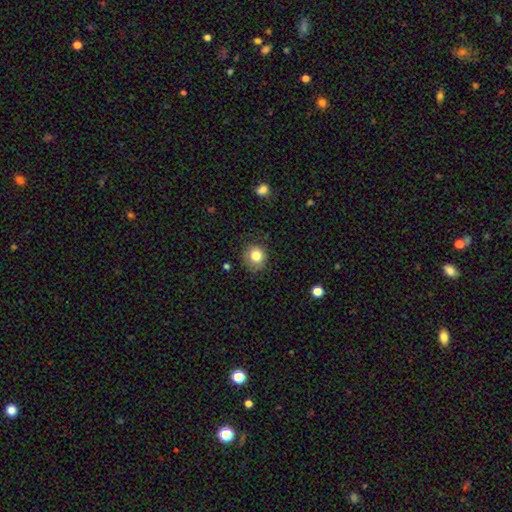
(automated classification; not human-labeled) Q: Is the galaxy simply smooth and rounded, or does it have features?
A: smooth — 81%.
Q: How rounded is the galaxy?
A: round — 85%.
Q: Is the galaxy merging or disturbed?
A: none — 76%.